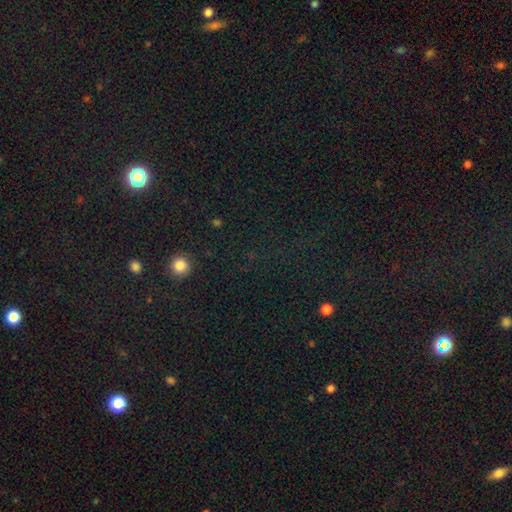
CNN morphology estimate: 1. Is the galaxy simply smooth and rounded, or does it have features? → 69% star or artifact, 24% smooth, 7% featured or disk.